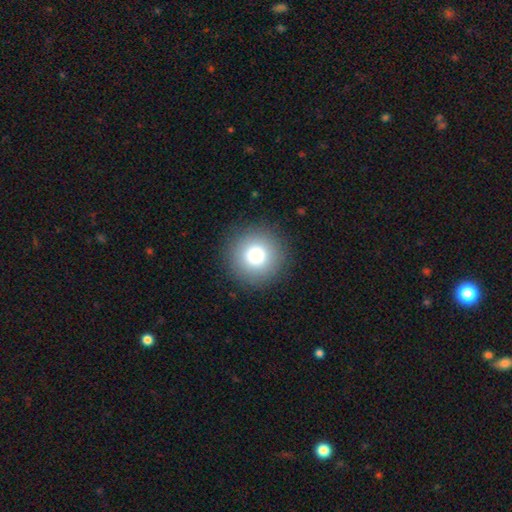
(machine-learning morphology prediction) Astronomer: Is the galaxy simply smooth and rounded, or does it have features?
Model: smooth — 81%.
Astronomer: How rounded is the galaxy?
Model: round — 96%.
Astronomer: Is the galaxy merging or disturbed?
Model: none — 91%.